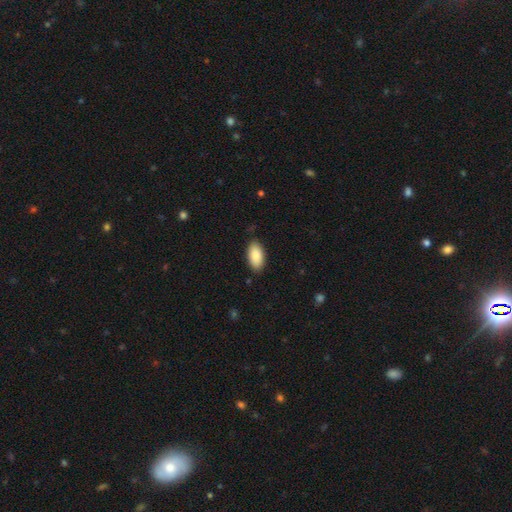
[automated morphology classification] smooth 88%, star or artifact 6%, featured or disk 6%. Down the decision tree: how rounded — in between (94%); merging — none (85%).